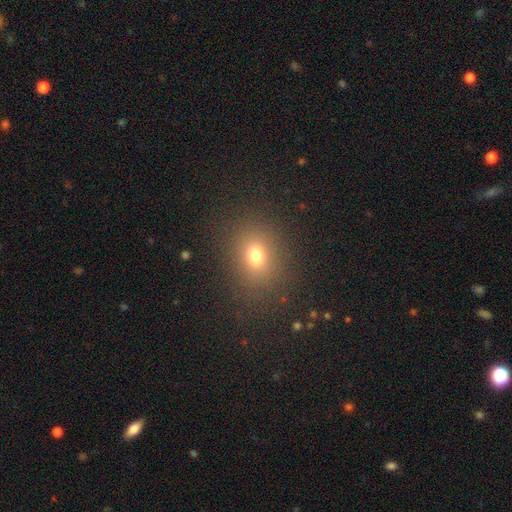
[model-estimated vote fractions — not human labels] This is likely a smooth galaxy (73%). How rounded: possibly round (52%). Merging: clearly none (85%).